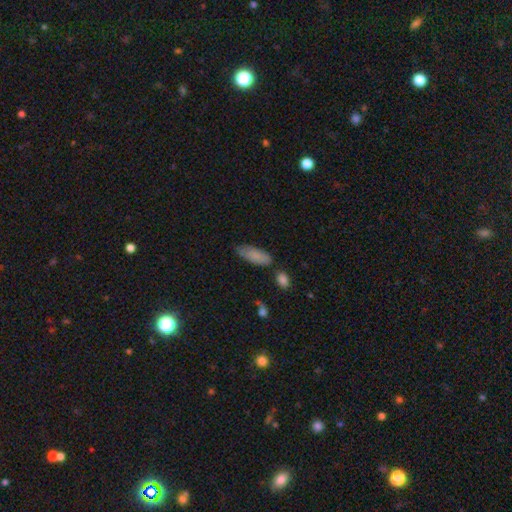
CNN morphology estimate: A smooth galaxy with no disk features (83%) that is in between round and cigar-shaped (76%).

Vote fractions:
- Smooth or featured? smooth: 83% / featured or disk: 10% / star or artifact: 7%
- How rounded? in between: 76% / cigar-shaped: 22% / round: 2%
- Merging? none: 64% / minor disturbance: 25% / merger: 6% / major disturbance: 5%